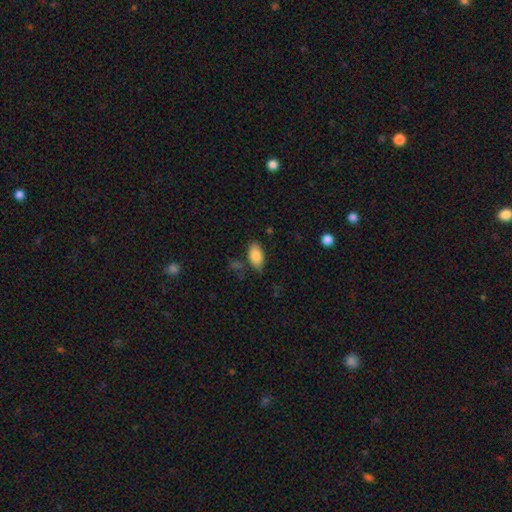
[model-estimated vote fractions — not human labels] A smooth galaxy with no disk features (84%) that is in between round and cigar-shaped (93%). Merging: none (77%).